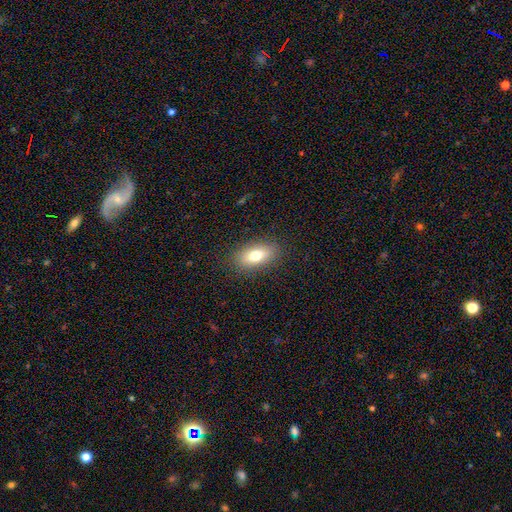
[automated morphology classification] Smooth or featured?
  - smooth: 75% *
  - featured or disk: 16%
  - star or artifact: 9%
How rounded?
  - in between: 85% *
  - round: 8%
  - cigar-shaped: 7%
Merging?
  - none: 87% *
  - minor disturbance: 9%
  - major disturbance: 3%
  - merger: 1%